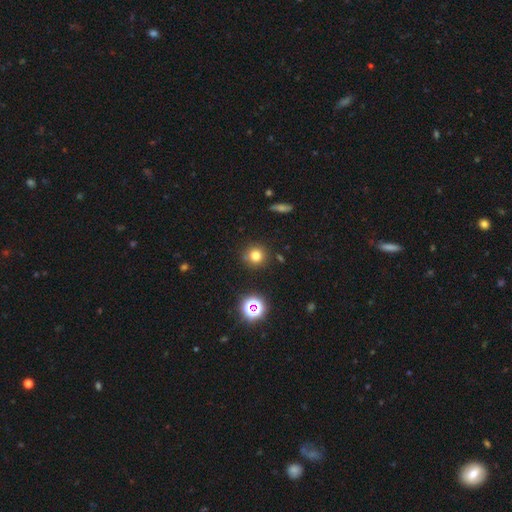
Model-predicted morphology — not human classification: A smooth galaxy with no disk features (75%) that is round (93%). Merging: none (87%).